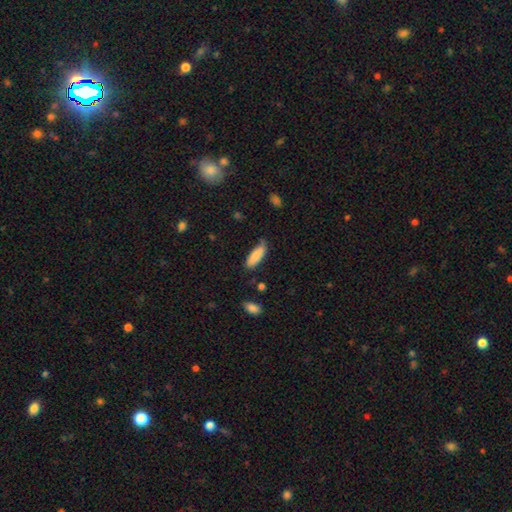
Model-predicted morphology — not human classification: This appears to be a smooth galaxy with no disk features (86%) that is in between round and cigar-shaped (60%). Merging: none (68%).